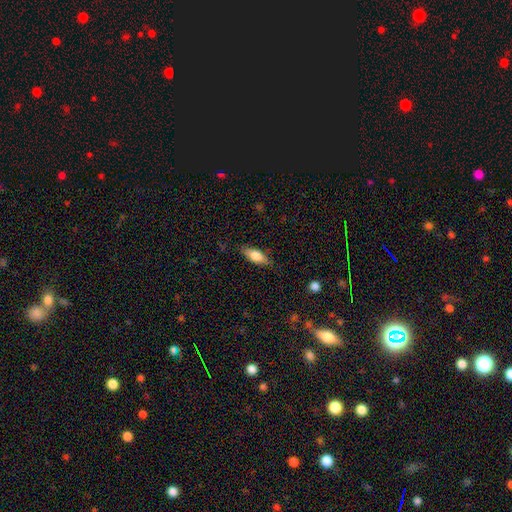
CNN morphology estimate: smooth_or_featured: smooth (p=0.73) [alt: featured or disk p=0.21]
how_rounded: in between (p=0.71) [alt: cigar-shaped p=0.26]
merging: none (p=0.80) [alt: minor disturbance p=0.16]